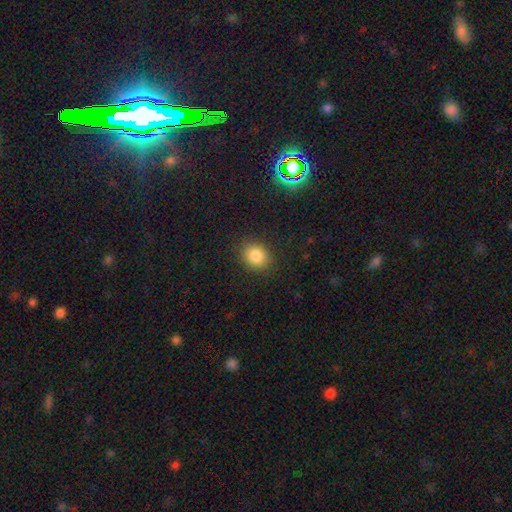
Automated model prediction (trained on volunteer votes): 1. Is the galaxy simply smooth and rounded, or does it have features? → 84% smooth, 11% star or artifact, 5% featured or disk.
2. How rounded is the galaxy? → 70% round, 29% in between, 1% cigar-shaped.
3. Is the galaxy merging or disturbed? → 87% none, 9% minor disturbance, 3% major disturbance, 1% merger.